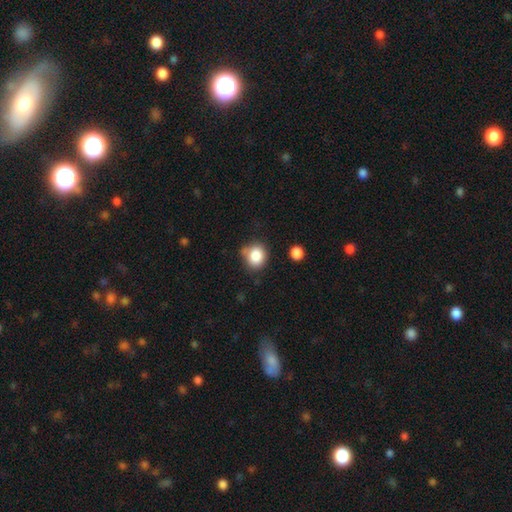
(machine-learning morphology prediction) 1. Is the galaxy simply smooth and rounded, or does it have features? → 85% smooth, 10% star or artifact, 6% featured or disk.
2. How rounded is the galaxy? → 76% round, 23% in between, 1% cigar-shaped.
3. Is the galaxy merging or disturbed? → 69% none, 18% minor disturbance, 8% merger, 5% major disturbance.